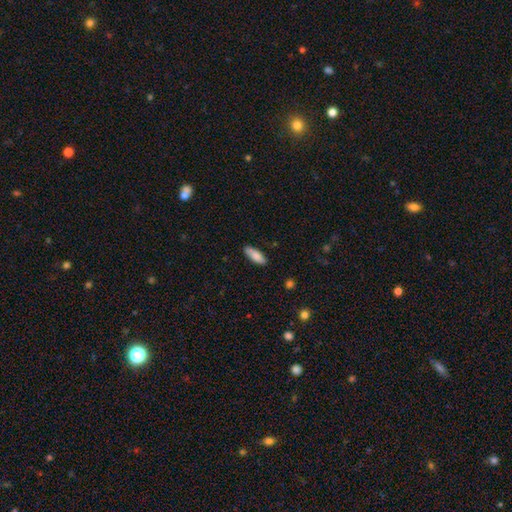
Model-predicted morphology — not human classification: Smooth or featured: smooth — 84% (featured or disk — 10%)
How rounded: in between — 70% (cigar-shaped — 29%)
Merging: none — 80% (minor disturbance — 16%)